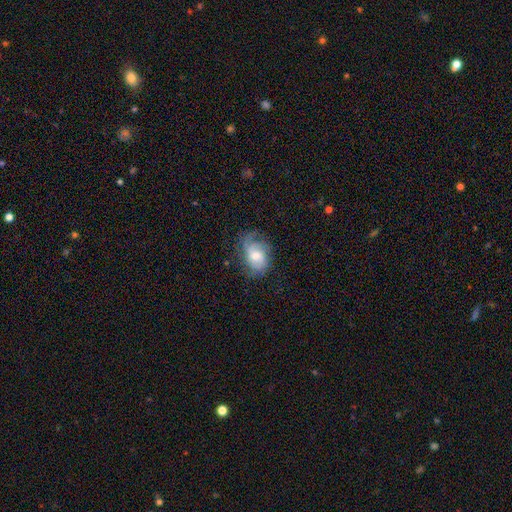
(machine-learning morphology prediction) Smooth or featured?
  - featured or disk: 64% *
  - smooth: 29%
  - star or artifact: 7%
Edge-on disk?
  - no: 96% *
  - yes: 4%
Bar?
  - no: 60% *
  - weak: 34%
  - strong: 6%
Spiral arms?
  - yes: 88% *
  - no: 12%
Spiral winding?
  - medium: 41% *
  - tight: 35%
  - loose: 25%
Spiral arm count?
  - 2: 36% *
  - can't tell: 28%
  - 1: 15%
  - 3: 14%
  - 4: 4%
  - more than 4: 3%
Bulge size?
  - moderate: 65% *
  - small: 23%
  - large: 9%
  - none: 2%
  - dominant: 1%
Merging?
  - none: 58% *
  - minor disturbance: 26%
  - major disturbance: 15%
  - merger: 1%